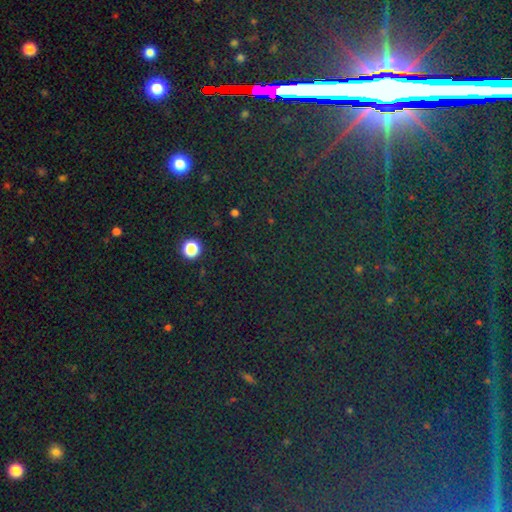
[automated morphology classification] Smooth or featured: star or artifact — 80% (featured or disk — 11%)